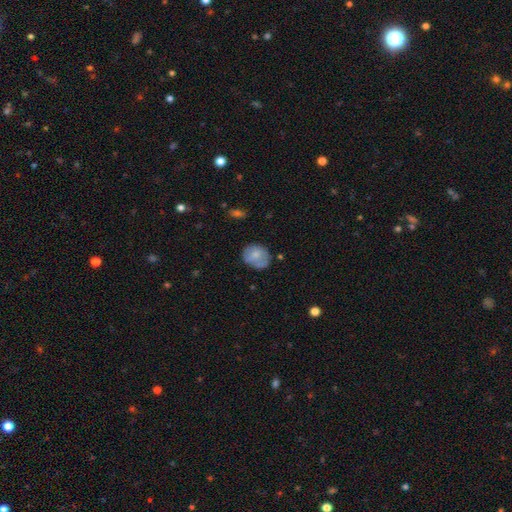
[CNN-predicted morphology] smooth-or-featured: smooth: 70% | featured or disk: 23% | star or artifact: 7%
  how-rounded: round: 55% | in between: 44% | cigar-shaped: 1%
  merging: none: 62% | minor disturbance: 26% | major disturbance: 8% | merger: 4%